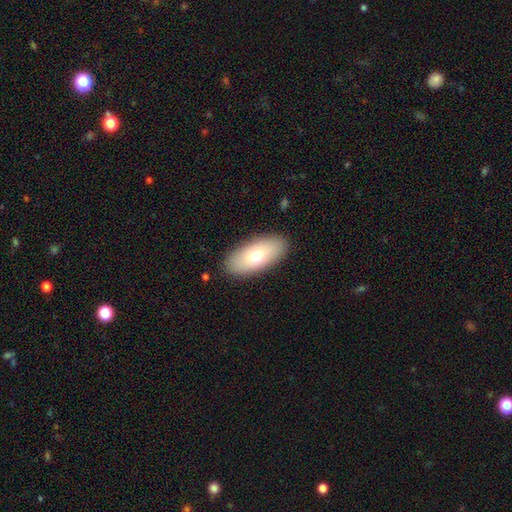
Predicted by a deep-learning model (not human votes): Morphology: type=smooth (72%); roundness=in between (90%); merging=none (88%).